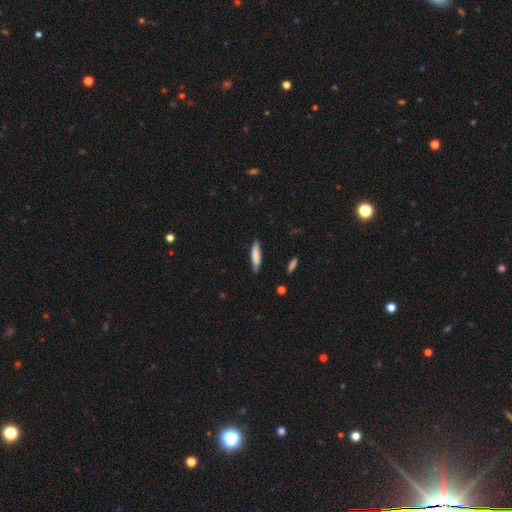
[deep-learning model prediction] Overall: smooth (78%). How rounded: cigar-shaped (72%). Merging: none (79%).